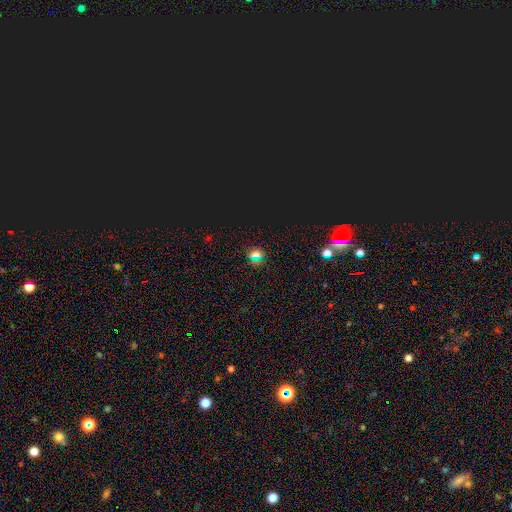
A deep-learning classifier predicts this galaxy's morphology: Smooth or featured? Predicted: star or artifact (p=0.46, tied with smooth).